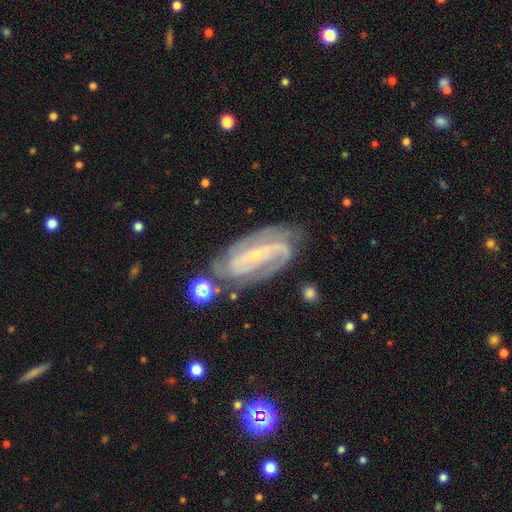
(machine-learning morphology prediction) This appears to be a featured or disk galaxy (87%) with a strong bar (51%), 2 (67%) tight (51%) spiral arms (96%) and a small central bulge (80%). Merging: none (73%).